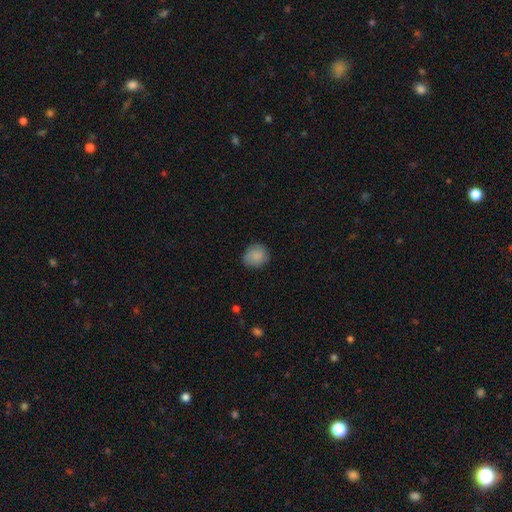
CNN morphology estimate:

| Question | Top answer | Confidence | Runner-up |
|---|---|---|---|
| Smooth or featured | smooth | 85% | star or artifact (8%) |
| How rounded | round | 79% | in between (20%) |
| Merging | none | 79% | minor disturbance (17%) |